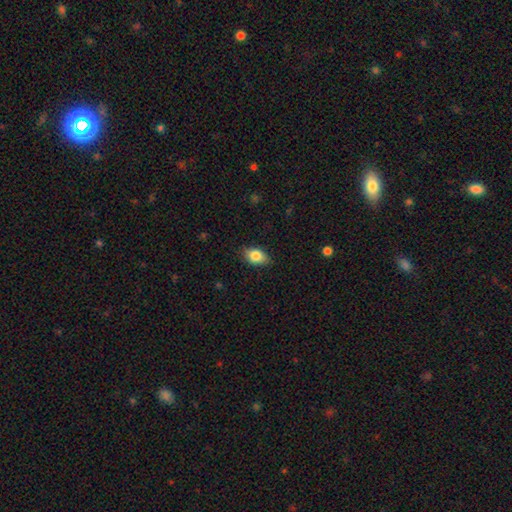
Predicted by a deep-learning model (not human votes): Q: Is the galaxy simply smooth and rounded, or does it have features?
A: smooth — 82%.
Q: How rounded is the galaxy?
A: in between — 85%.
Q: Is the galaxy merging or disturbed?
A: none — 83%.